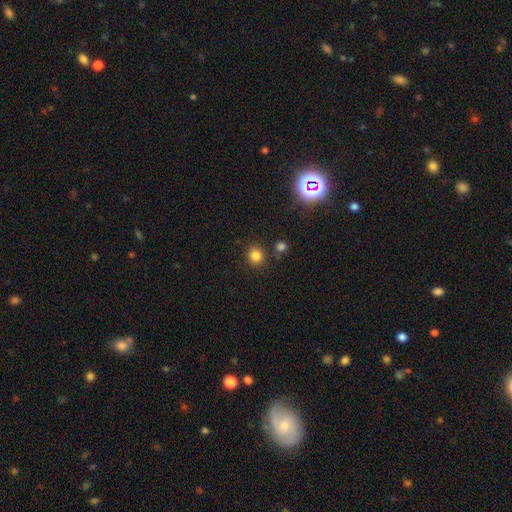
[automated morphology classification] The model was most divided on "how rounded": round: 82%, in between: 17%, cigar-shaped: 1%. More confident: merging — none (83%); smooth or featured — smooth (82%).